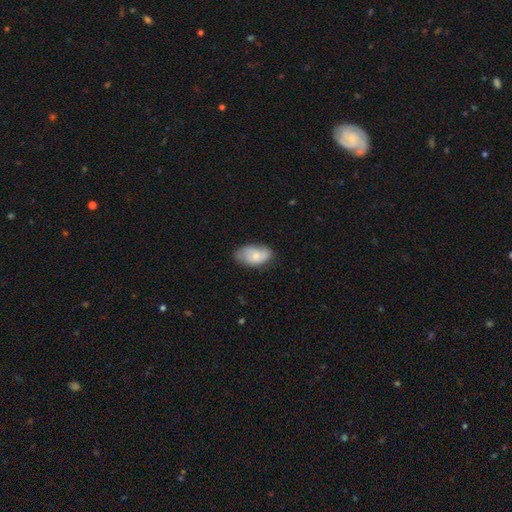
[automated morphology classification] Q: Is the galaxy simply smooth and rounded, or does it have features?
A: smooth — 65%.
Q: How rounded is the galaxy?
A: in between — 92%.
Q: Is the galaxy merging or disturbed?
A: none — 59%.